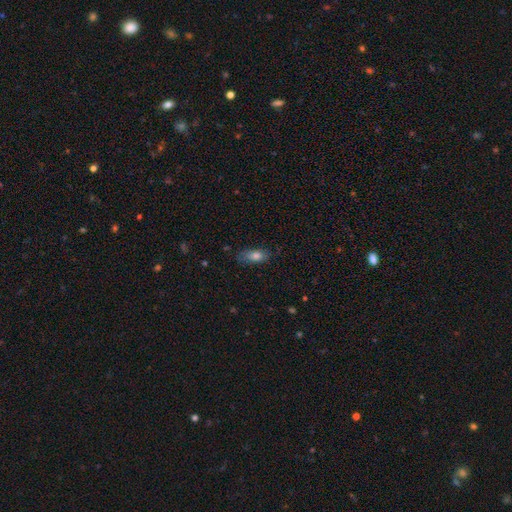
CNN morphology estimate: The model was most divided on "merging": none: 70%, minor disturbance: 23%, major disturbance: 5%, merger: 2%. More confident: how rounded — in between (80%); smooth or featured — smooth (79%).